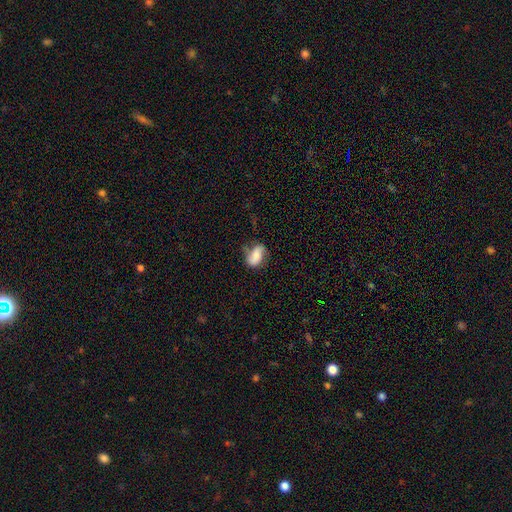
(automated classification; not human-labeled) Overall: smooth (64%; featured or disk 28%). How rounded: in between (86%). Merging: none (57%; minor disturbance 29%).